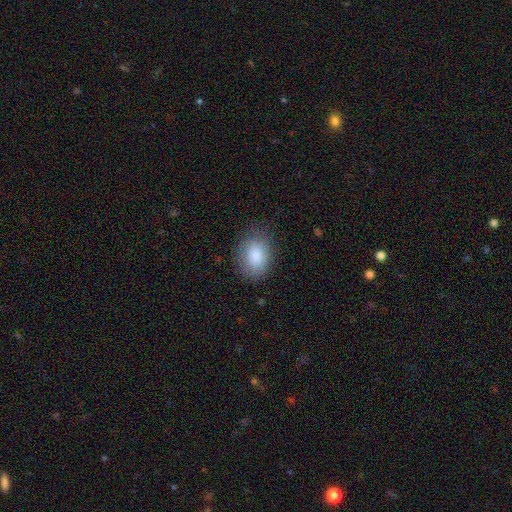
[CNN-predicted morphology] type=smooth (87%); roundness=in between (73%); merging=none (77%).